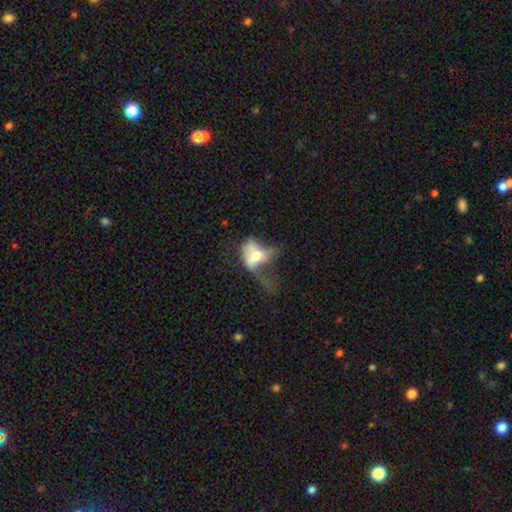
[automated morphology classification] Overall: smooth (51%; featured or disk 39%). How rounded: in between (78%). Merging: major disturbance (60%).